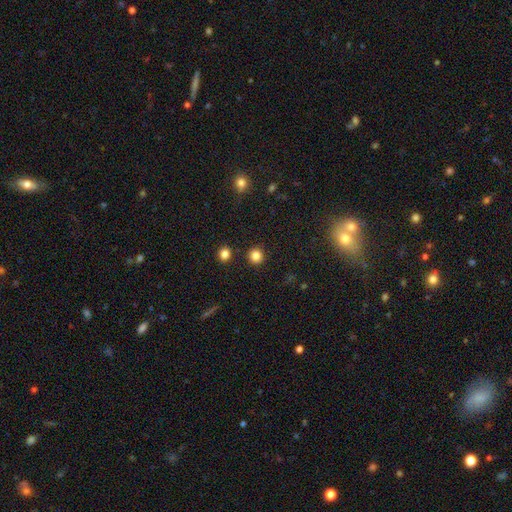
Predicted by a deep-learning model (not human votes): This is clearly a smooth galaxy (83%). How rounded: clearly round (91%). Merging: clearly none (90%).